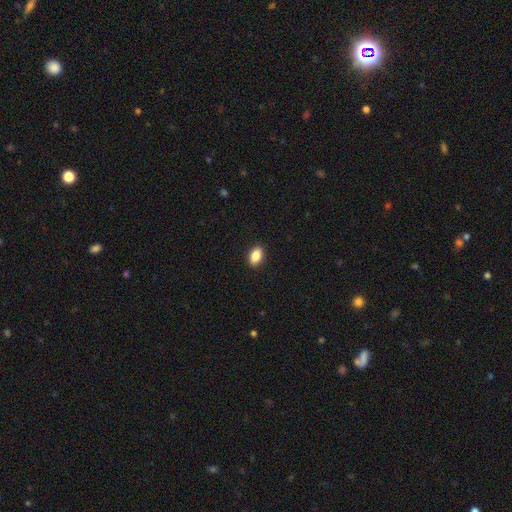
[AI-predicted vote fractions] Smooth or featured? Predicted: smooth (p=0.86). How rounded? Predicted: in between (p=0.88). Merging? Predicted: none (p=0.90).